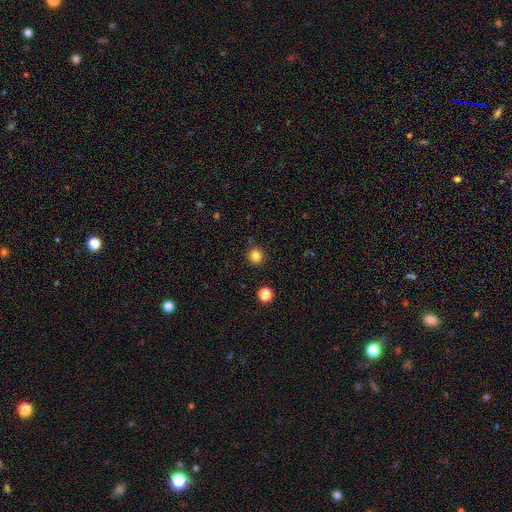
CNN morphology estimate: This appears to be a smooth galaxy with no disk features (83%) that is round (94%). Merging: none (90%).